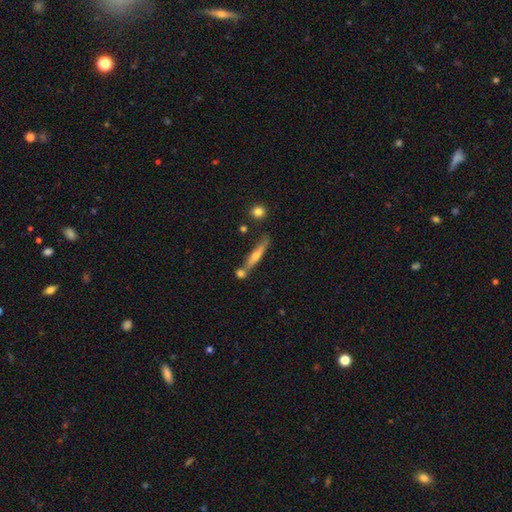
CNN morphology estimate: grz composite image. It shows a featured or disk galaxy (57%) viewed edge-on (93%) with a rounded central bulge (80%). Merging: none (68%).